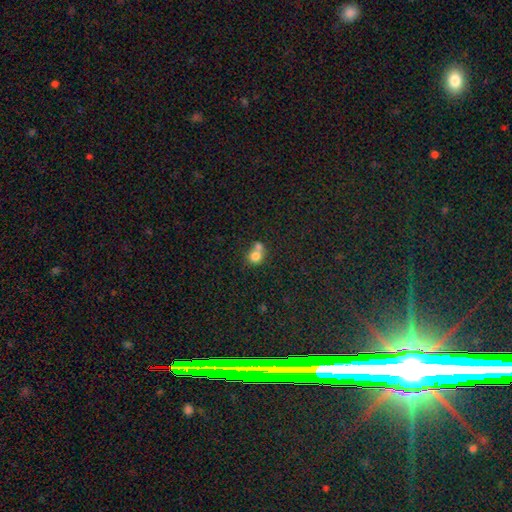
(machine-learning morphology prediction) A smooth galaxy with no disk features (77%) that is round (77%). Merging: merger (57%).